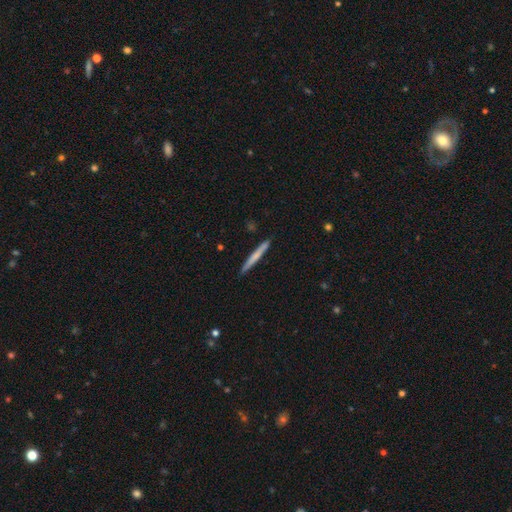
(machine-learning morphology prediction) smooth-or-featured: smooth: 62% | featured or disk: 33% | star or artifact: 5%
  how-rounded: cigar-shaped: 97% | in between: 2% | round: 1%
  merging: none: 91% | minor disturbance: 7% | major disturbance: 1% | merger: 1%